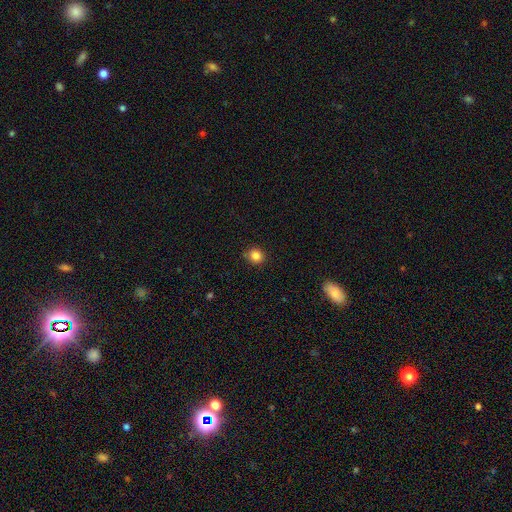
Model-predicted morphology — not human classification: This appears to be a smooth galaxy with no disk features (85%) that is round (82%). Merging: none (83%).